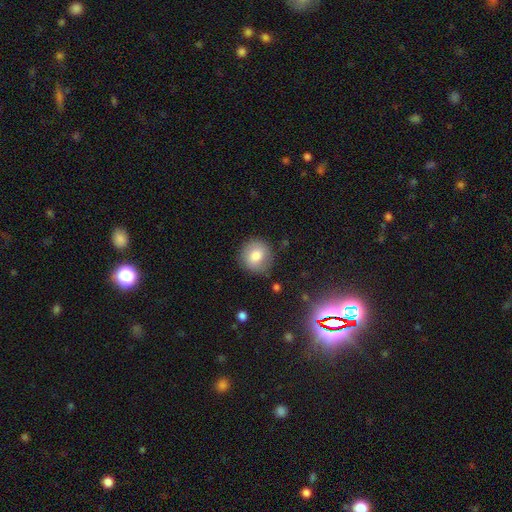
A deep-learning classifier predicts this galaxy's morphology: A smooth galaxy with no disk features (79%) that is round (89%).

Vote fractions:
- Smooth or featured? smooth: 79% / featured or disk: 12% / star or artifact: 9%
- How rounded? round: 89% / in between: 10% / cigar-shaped: 1%
- Merging? none: 85% / minor disturbance: 10% / major disturbance: 3% / merger: 2%